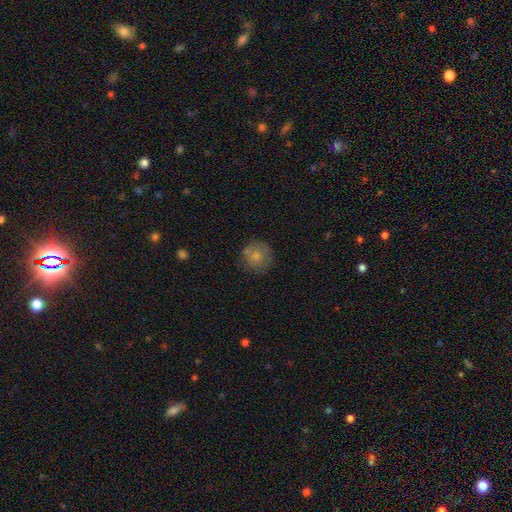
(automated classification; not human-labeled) Smooth or featured?
  - smooth: 72% *
  - featured or disk: 20%
  - star or artifact: 8%
How rounded?
  - round: 92% *
  - in between: 7%
  - cigar-shaped: 1%
Merging?
  - none: 70% *
  - minor disturbance: 18%
  - major disturbance: 6%
  - merger: 5%